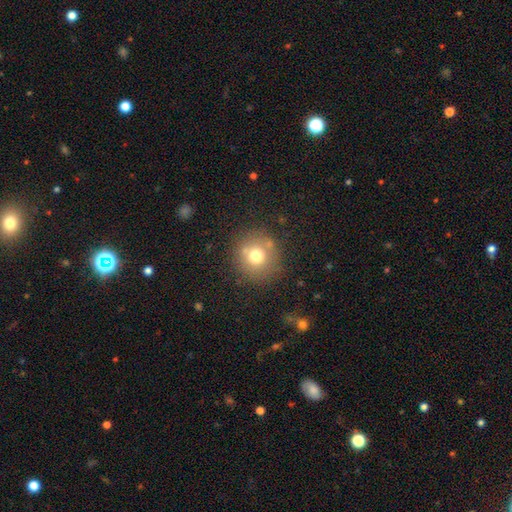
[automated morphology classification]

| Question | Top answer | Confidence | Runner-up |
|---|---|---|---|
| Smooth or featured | smooth | 72% | featured or disk (15%) |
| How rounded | round | 92% | in between (7%) |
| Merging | none | 79% | minor disturbance (12%) |